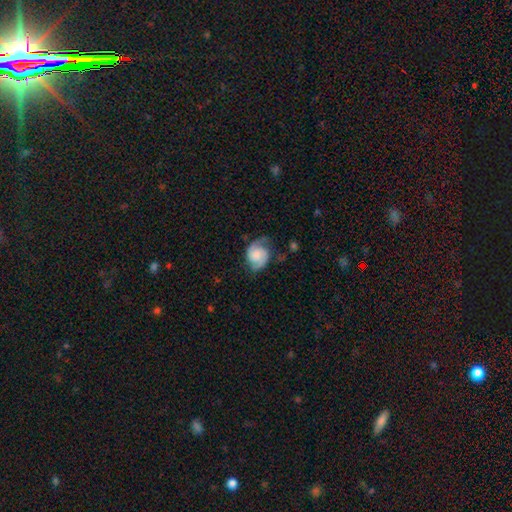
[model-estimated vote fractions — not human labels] Overall: featured or disk (66%; smooth 27%). Edge-on disk: no (98%). Bar: no (65%; weak 30%). Spiral arms: yes (93%). Spiral arm count: 2 (86%). Spiral winding: medium (46%; tight 29%). Bulge size: none (30%; moderate 23%). Merging: none (59%; minor disturbance 26%).